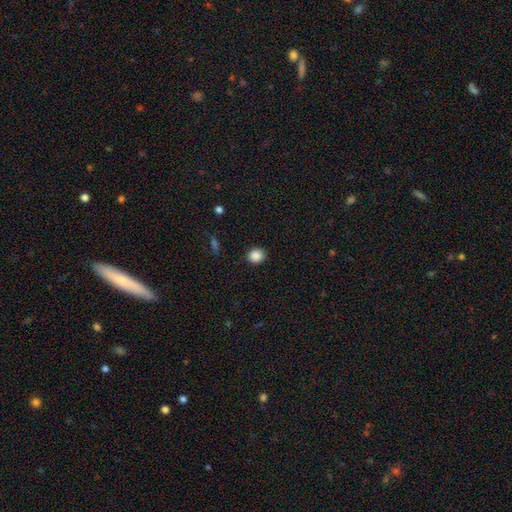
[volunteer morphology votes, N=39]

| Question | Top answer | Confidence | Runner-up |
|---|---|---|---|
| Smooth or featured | smooth | 95% | featured or disk (3%) |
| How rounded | round | 78% | in between (22%) |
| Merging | none | 92% | major disturbance (5%) |